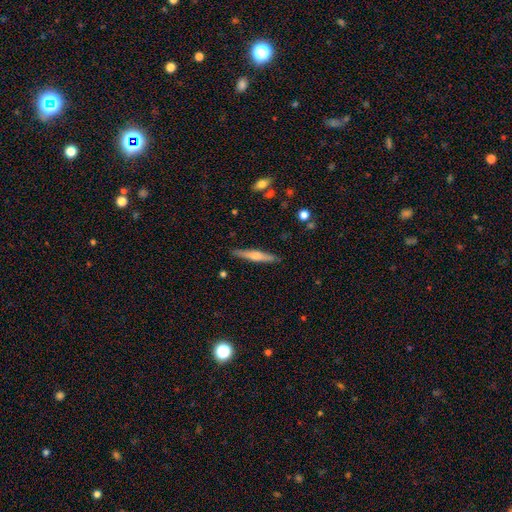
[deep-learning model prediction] Q: Smooth or featured?
A: featured or disk (52%); runner-up: smooth (43%)
Q: Edge-on disk?
A: yes (96%); runner-up: no (4%)
Q: Merging?
A: none (90%); runner-up: minor disturbance (8%)